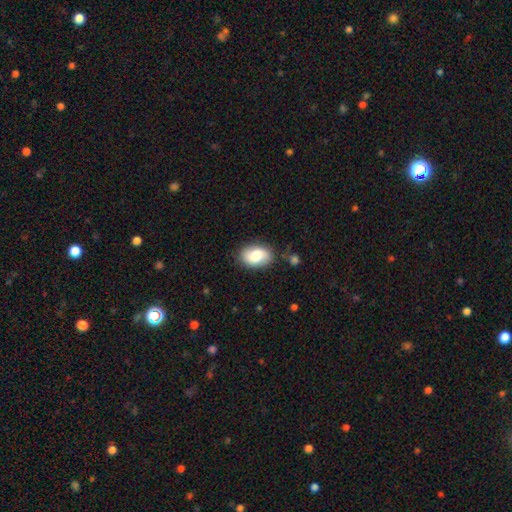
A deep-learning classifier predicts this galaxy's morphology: Smooth or featured? smooth (78%)
How rounded? in between (88%)
Merging? none (80%)